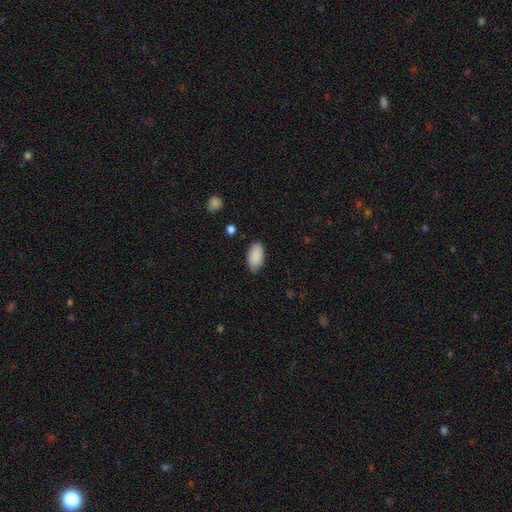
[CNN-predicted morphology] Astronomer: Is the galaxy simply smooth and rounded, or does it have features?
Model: smooth — 90%.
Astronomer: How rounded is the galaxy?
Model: in between — 94%.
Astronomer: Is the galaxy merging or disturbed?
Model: none — 83%.